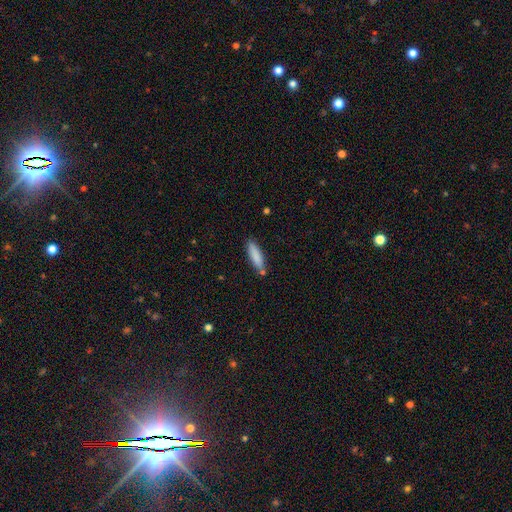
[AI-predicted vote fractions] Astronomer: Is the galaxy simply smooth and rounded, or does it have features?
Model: smooth — 85%.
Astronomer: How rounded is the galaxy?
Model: cigar-shaped — 66%.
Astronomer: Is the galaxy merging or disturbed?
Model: none — 76%.